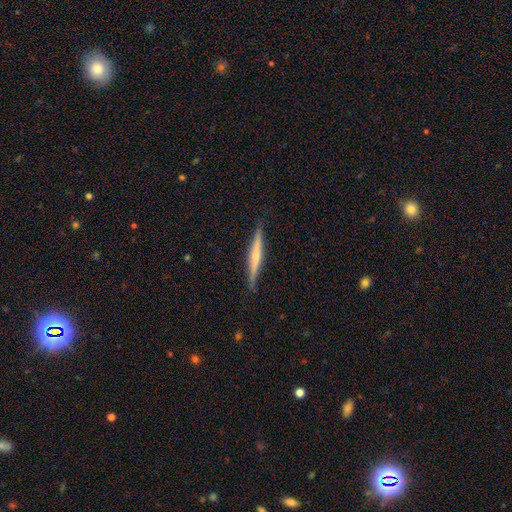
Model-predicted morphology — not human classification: smooth_or_featured: featured or disk (p=0.58) [alt: smooth p=0.36]
disk_edge_on: yes (p=0.98) [alt: no p=0.02]
edge_on_bulge: rounded (p=0.44) [alt: none p=0.43]
merging: none (p=0.88) [alt: minor disturbance p=0.09]